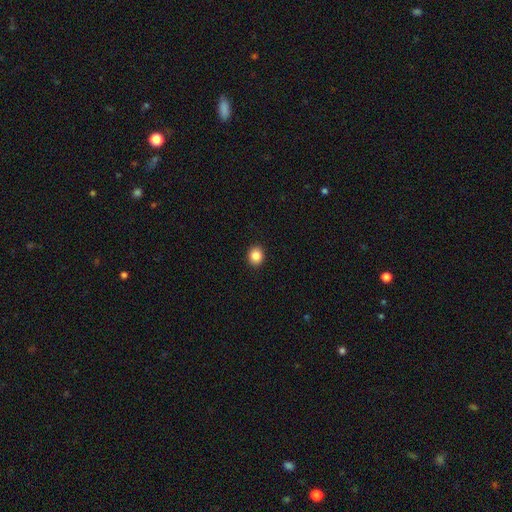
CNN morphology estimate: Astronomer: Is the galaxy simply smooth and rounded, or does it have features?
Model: smooth — 86%.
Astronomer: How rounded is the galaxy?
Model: round — 69%.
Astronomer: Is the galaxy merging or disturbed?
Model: none — 92%.